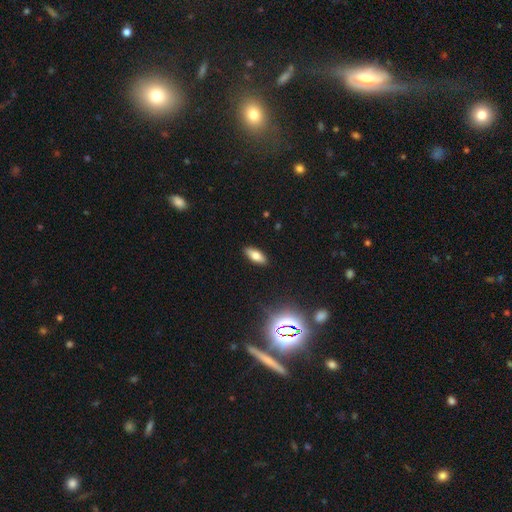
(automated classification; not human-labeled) A smooth galaxy with no disk features (73%) that is in between round and cigar-shaped (78%). Merging: none (89%).